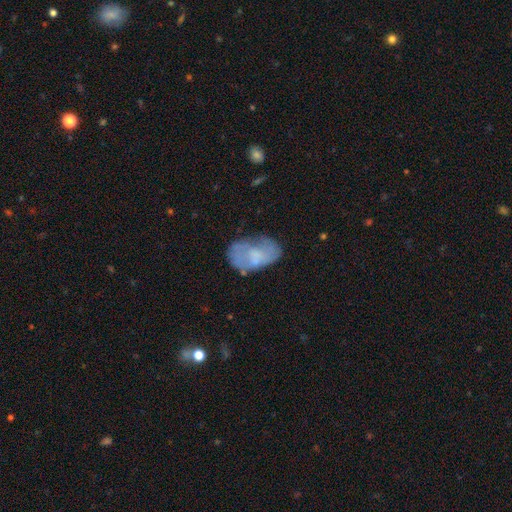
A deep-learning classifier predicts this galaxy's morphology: This is possibly a smooth galaxy (54%). How rounded: clearly in between (91%). Merging: possibly none (46%).